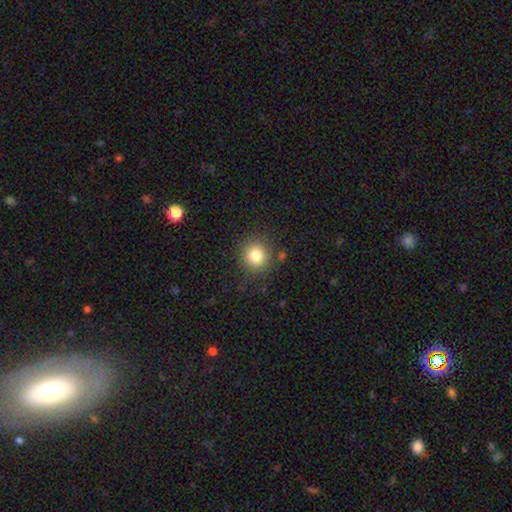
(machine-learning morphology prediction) Smooth or featured?
  - smooth: 82% *
  - star or artifact: 12%
  - featured or disk: 7%
How rounded?
  - round: 91% *
  - in between: 8%
  - cigar-shaped: 1%
Merging?
  - none: 84% *
  - minor disturbance: 9%
  - major disturbance: 4%
  - merger: 3%